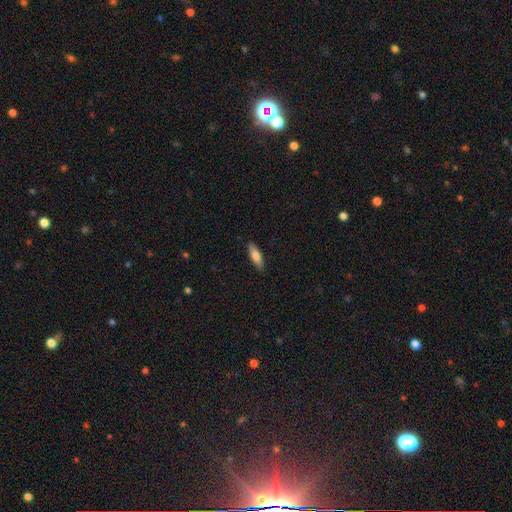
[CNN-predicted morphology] smooth_or_featured: smooth (p=0.76) [alt: featured or disk p=0.18]
how_rounded: cigar-shaped (p=0.52) [alt: in between p=0.46]
merging: none (p=0.88) [alt: minor disturbance p=0.09]